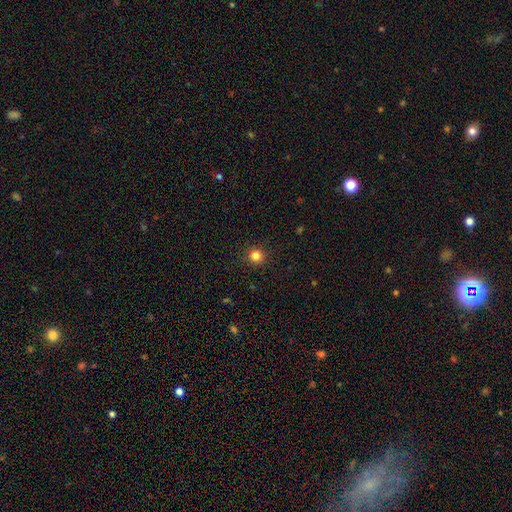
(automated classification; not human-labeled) smooth 84%, star or artifact 13%, featured or disk 4%. Down the decision tree: how rounded — round (93%); merging — none (91%).